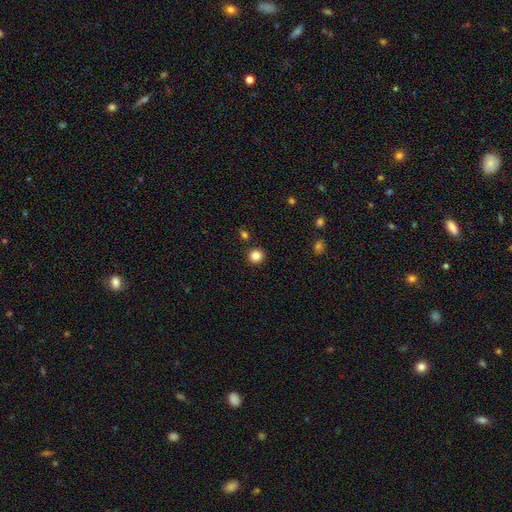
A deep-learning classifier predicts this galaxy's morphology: smooth-or-featured: smooth: 84% | star or artifact: 11% | featured or disk: 5%
  how-rounded: round: 93% | in between: 6% | cigar-shaped: 1%
  merging: none: 91% | minor disturbance: 5% | merger: 2% | major disturbance: 2%